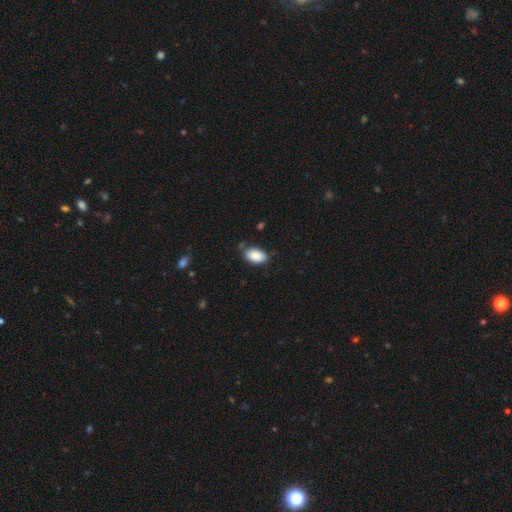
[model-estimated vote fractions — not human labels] A smooth galaxy with no disk features (88%) that is in between round and cigar-shaped (93%). Merging: none (73%).